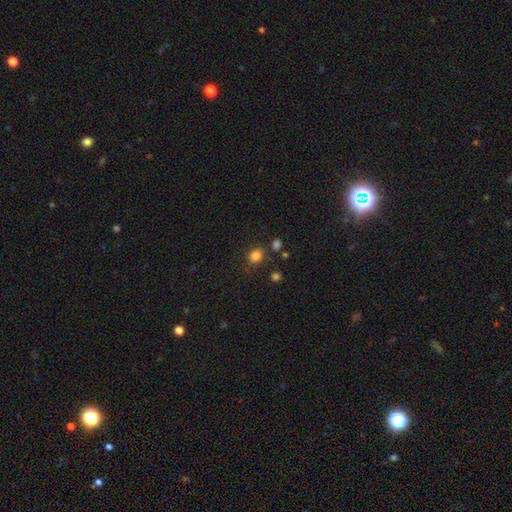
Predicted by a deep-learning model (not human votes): smooth 82%, star or artifact 13%, featured or disk 4%. Down the decision tree: how rounded — round (75%); merging — none (79%).